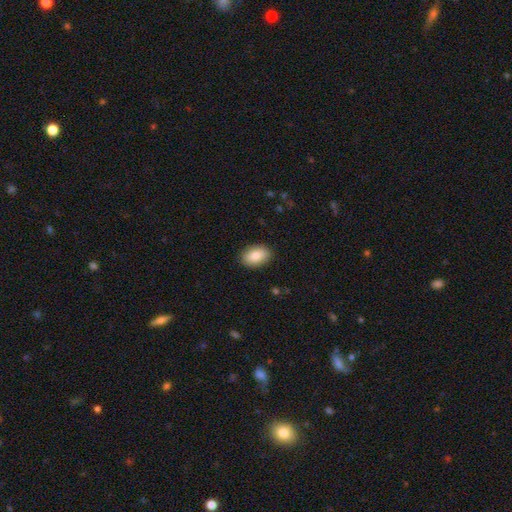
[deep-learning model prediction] This appears to be a smooth galaxy with no disk features (86%) that is in between round and cigar-shaped (90%). Merging: none (89%).